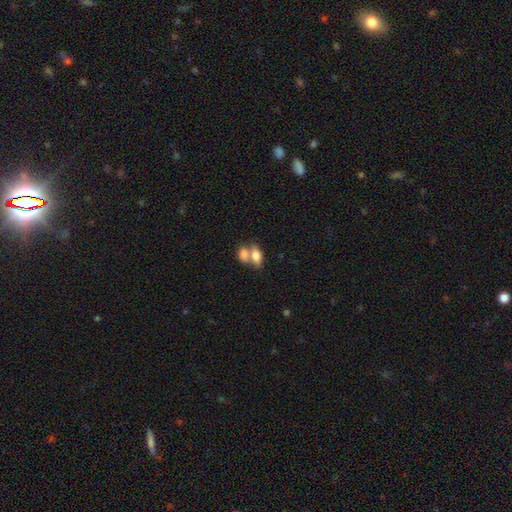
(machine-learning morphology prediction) Smooth or featured? Predicted: smooth (p=0.79). How rounded? Predicted: in between (p=0.88). Merging? Predicted: merger (p=0.63).